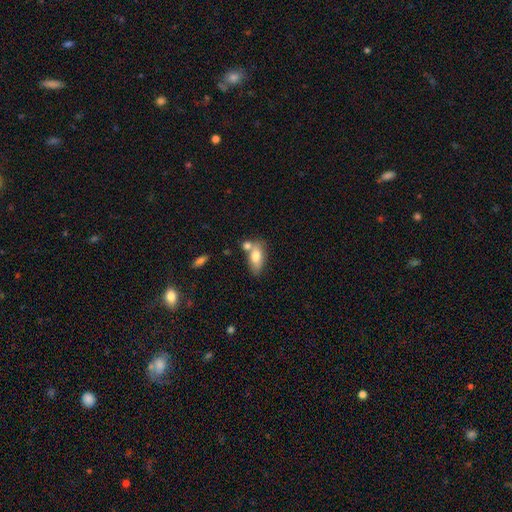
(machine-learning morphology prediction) This is likely a smooth galaxy (74%). How rounded: clearly in between (86%). Merging: possibly none (46%).